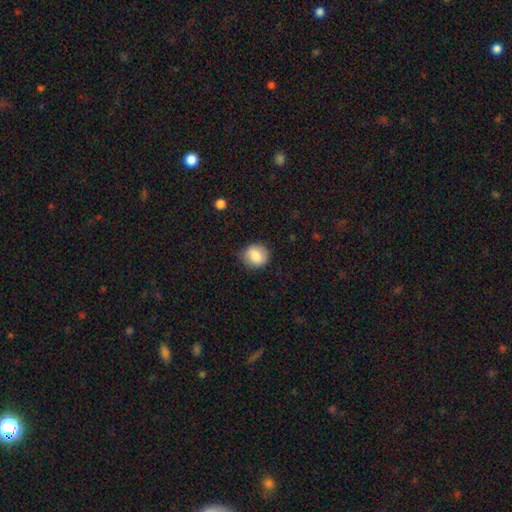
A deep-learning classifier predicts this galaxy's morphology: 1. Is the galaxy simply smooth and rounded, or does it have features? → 84% smooth, 8% featured or disk, 8% star or artifact.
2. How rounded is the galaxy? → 69% round, 30% in between, 1% cigar-shaped.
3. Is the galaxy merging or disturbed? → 79% none, 16% minor disturbance, 4% major disturbance, 1% merger.